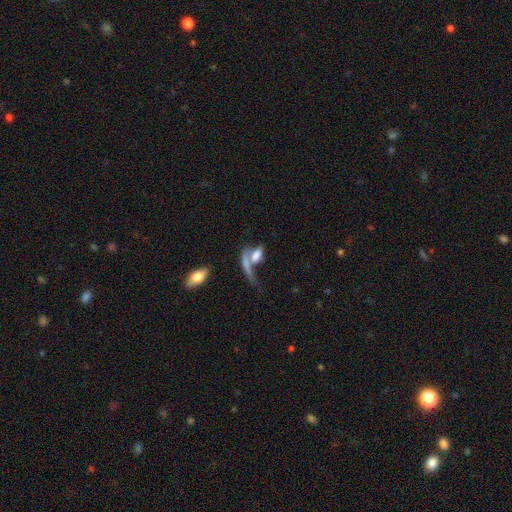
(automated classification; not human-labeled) A smooth galaxy with no disk features (65%) that is in between round and cigar-shaped (66%). Merging: merger (50%).